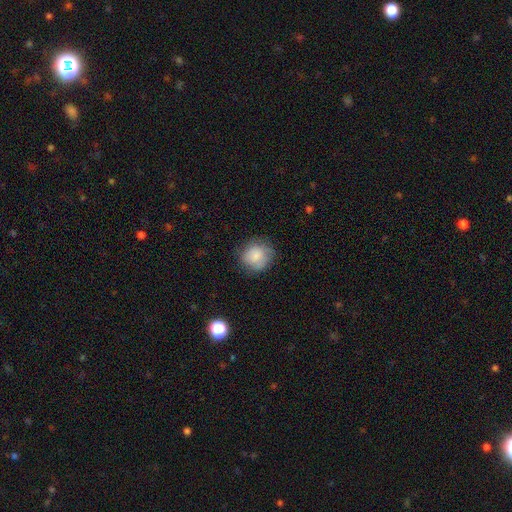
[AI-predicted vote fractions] A smooth galaxy with no disk features (81%) that is round (87%). Merging: none (74%).